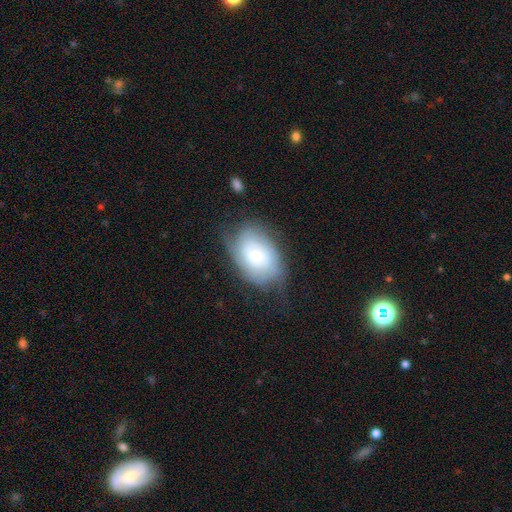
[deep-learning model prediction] Overall: featured or disk (51%; smooth 41%). Edge-on disk: no (96%). Merging: none (56%; minor disturbance 29%).